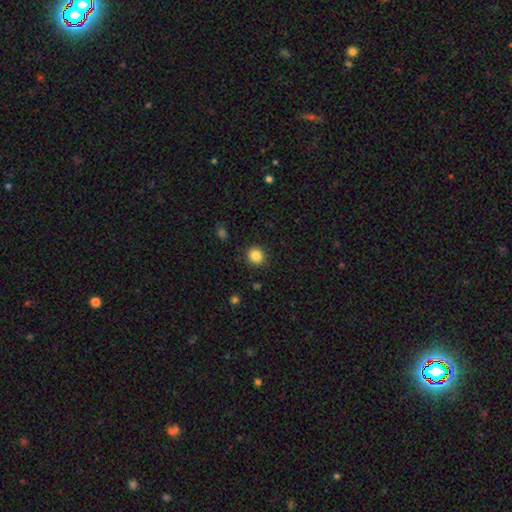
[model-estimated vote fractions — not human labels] smooth_or_featured: smooth (p=0.86) [alt: star or artifact p=0.10]
how_rounded: round (p=0.86) [alt: in between p=0.13]
merging: none (p=0.90) [alt: minor disturbance p=0.07]